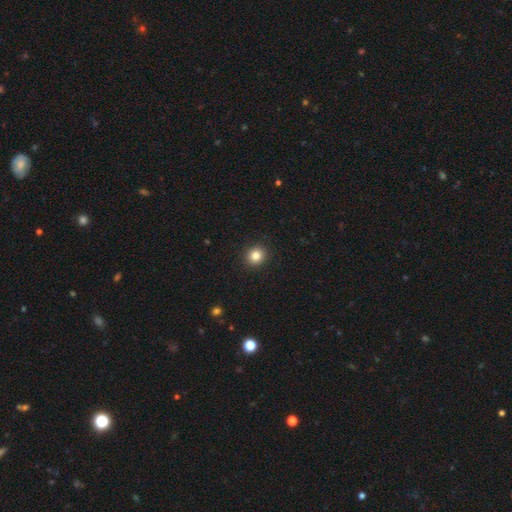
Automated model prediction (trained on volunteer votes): A smooth galaxy with no disk features (83%) that is round (85%). Merging: none (93%).